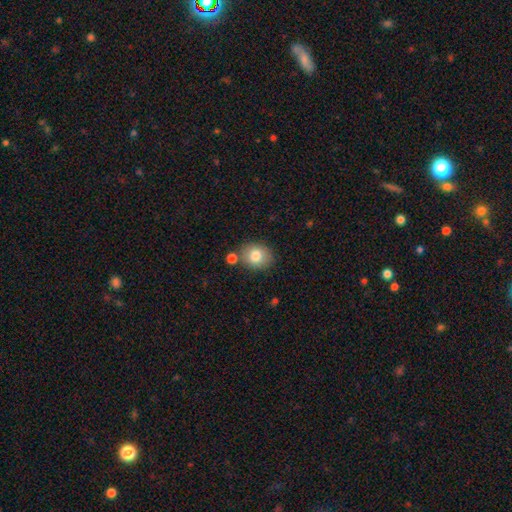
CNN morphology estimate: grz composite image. It shows a smooth galaxy with no disk features (80%) that is round (57%). Merging: none (75%).